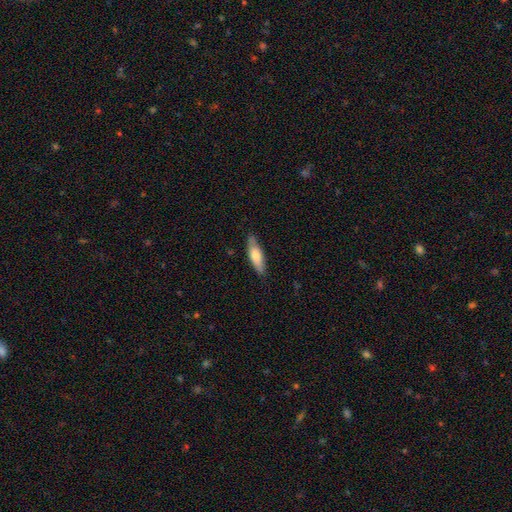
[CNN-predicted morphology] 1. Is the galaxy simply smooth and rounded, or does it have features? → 70% smooth, 24% featured or disk, 6% star or artifact.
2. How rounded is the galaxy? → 50% in between, 49% cigar-shaped, 2% round.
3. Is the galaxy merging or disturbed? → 80% none, 16% minor disturbance, 3% major disturbance, 1% merger.